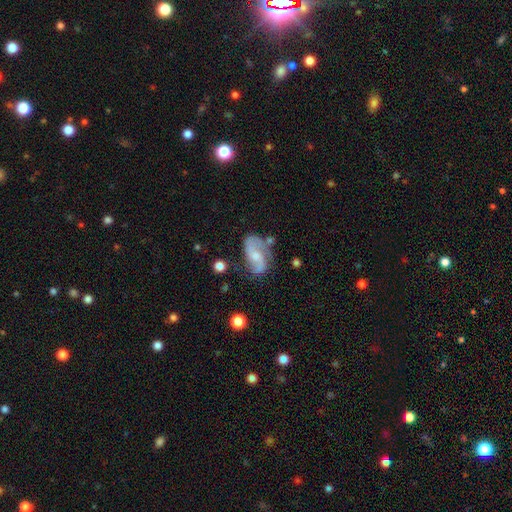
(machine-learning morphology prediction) Smooth or featured?
  - featured or disk: 77% *
  - smooth: 16%
  - star or artifact: 7%
Edge-on disk?
  - no: 97% *
  - yes: 3%
Bar?
  - no: 50% *
  - weak: 40%
  - strong: 10%
Spiral arms?
  - yes: 93% *
  - no: 7%
Spiral winding?
  - loose: 44% *
  - medium: 42%
  - tight: 14%
Spiral arm count?
  - 2: 88% *
  - can't tell: 6%
  - 1: 3%
  - 3: 1%
  - 4: 1%
  - more than 4: 1%
Bulge size?
  - moderate: 42% *
  - small: 40%
  - none: 12%
  - large: 5%
  - dominant: 1%
Merging?
  - none: 58% *
  - minor disturbance: 23%
  - major disturbance: 12%
  - merger: 7%